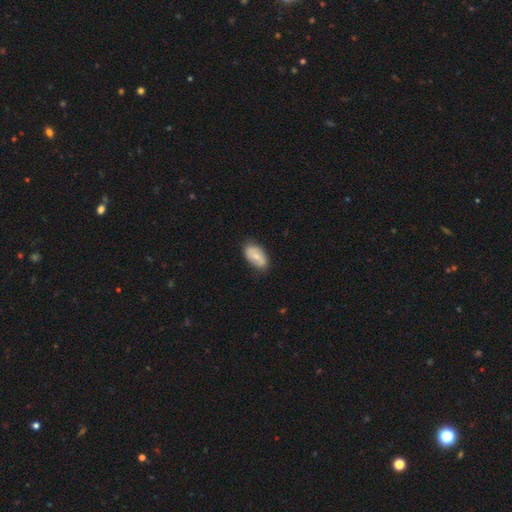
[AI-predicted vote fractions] Smooth or featured?
  - smooth: 63% *
  - featured or disk: 31%
  - star or artifact: 6%
How rounded?
  - in between: 93% *
  - round: 5%
  - cigar-shaped: 2%
Merging?
  - none: 78% *
  - minor disturbance: 18%
  - major disturbance: 3%
  - merger: 1%